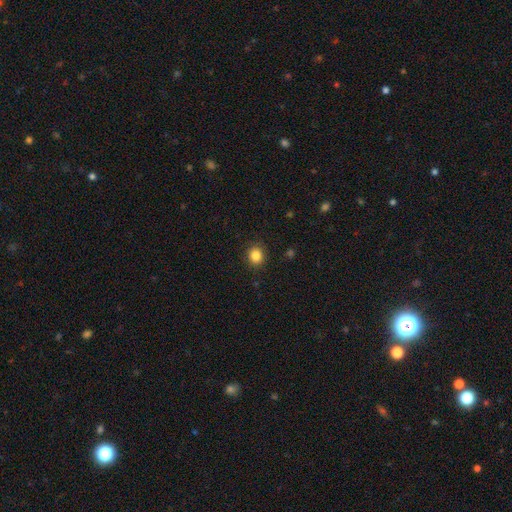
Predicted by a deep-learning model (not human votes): A smooth galaxy with no disk features (85%) that is round (78%). Merging: none (90%).